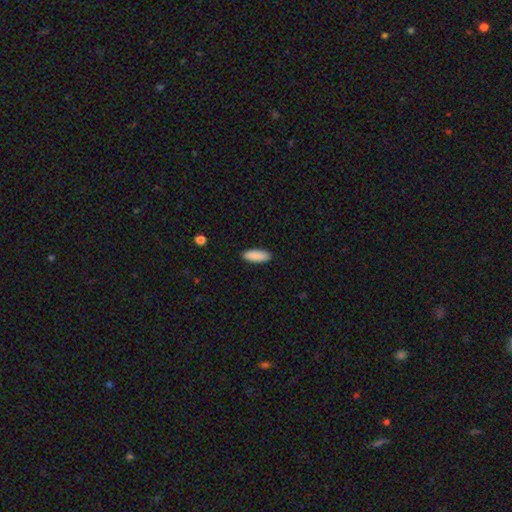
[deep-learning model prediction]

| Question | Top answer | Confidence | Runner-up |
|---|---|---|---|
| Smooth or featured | smooth | 90% | star or artifact (6%) |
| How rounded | in between | 73% | cigar-shaped (26%) |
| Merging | none | 89% | minor disturbance (8%) |